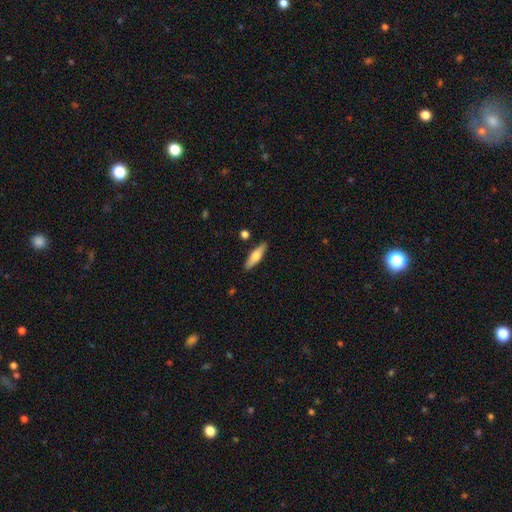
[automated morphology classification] smooth-or-featured: smooth: 61% | featured or disk: 33% | star or artifact: 6%
  how-rounded: cigar-shaped: 64% | in between: 34% | round: 2%
  merging: none: 87% | minor disturbance: 8% | merger: 2% | major disturbance: 2%